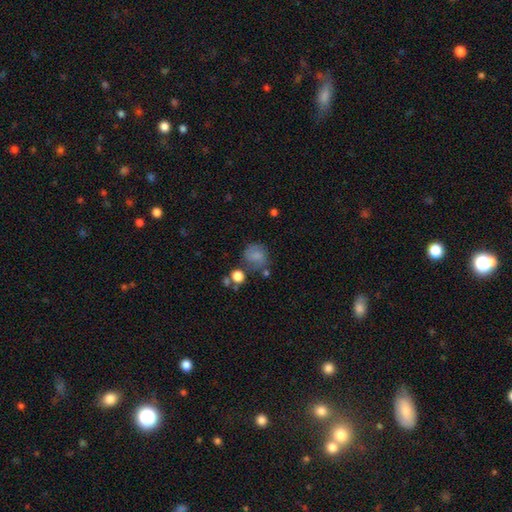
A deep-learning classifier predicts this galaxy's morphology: This is likely a smooth galaxy (71%). How rounded: likely round (78%). Merging: possibly none (58%).